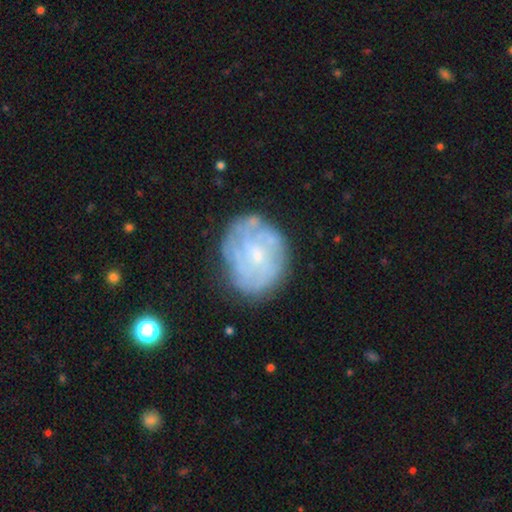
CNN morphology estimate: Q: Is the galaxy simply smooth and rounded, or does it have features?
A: featured or disk — 66%.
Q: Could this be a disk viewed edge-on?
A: no — 97%.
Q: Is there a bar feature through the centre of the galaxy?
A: no — 67%.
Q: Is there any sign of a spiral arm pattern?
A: yes — 71%.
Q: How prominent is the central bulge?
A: small — 60%.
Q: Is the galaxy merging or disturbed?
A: none — 71%.